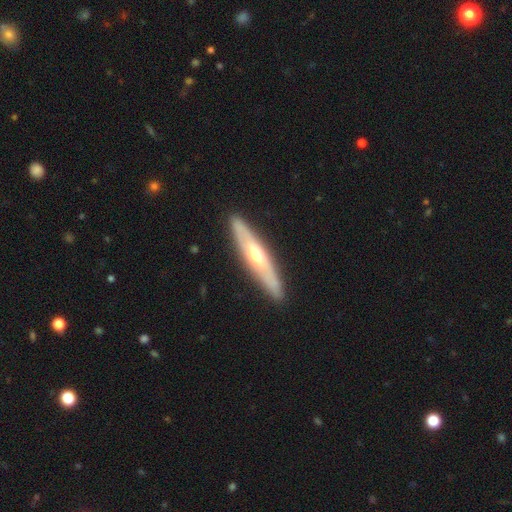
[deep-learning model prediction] Overall: featured or disk (62%; smooth 33%). Edge-on disk: yes (73%). Merging: none (89%).